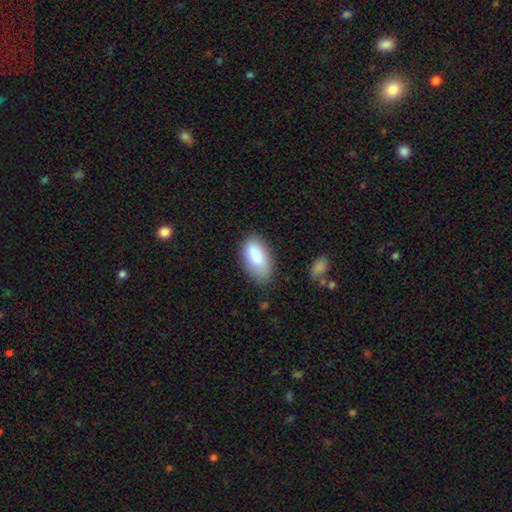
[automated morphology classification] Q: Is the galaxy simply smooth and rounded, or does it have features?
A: smooth — 83%.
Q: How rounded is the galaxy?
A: in between — 92%.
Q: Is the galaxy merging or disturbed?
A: none — 68%.